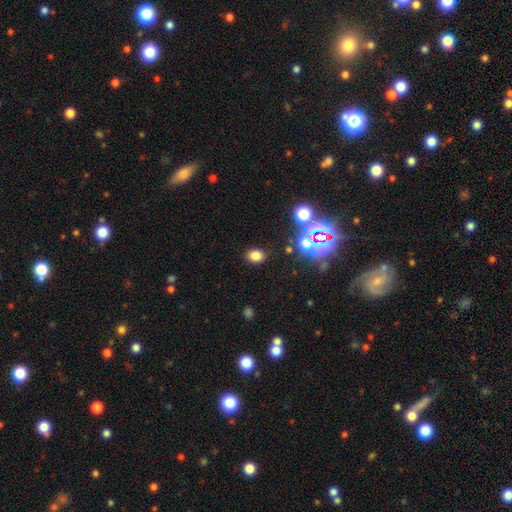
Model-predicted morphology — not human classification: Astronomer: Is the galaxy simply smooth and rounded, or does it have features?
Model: smooth — 76%.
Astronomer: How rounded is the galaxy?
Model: in between — 66%.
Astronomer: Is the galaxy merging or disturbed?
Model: none — 86%.